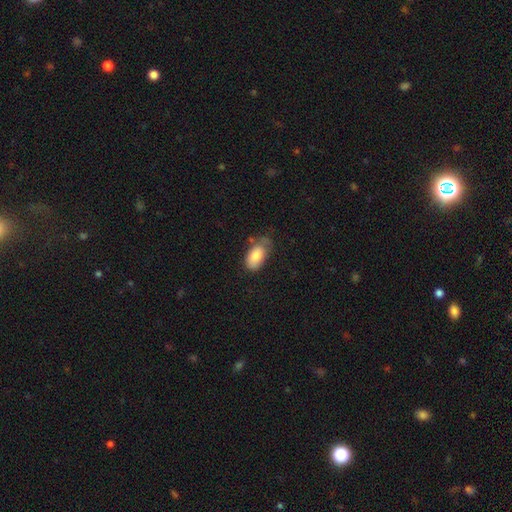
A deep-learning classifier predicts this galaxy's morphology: smooth_or_featured: smooth (p=0.81) [alt: featured or disk p=0.13]
how_rounded: in between (p=0.93) [alt: round p=0.04]
merging: none (p=0.46) [alt: minor disturbance p=0.38]